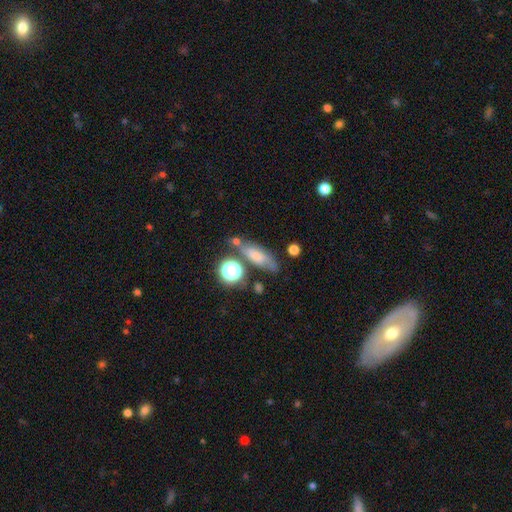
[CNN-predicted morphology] Overall: smooth (50%; featured or disk 34%). How rounded: in between (47%; cigar-shaped 38%). Merging: none (58%; minor disturbance 21%).